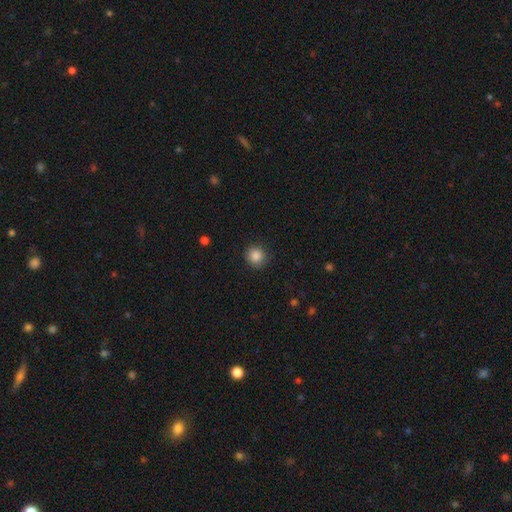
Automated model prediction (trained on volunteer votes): smooth-or-featured: smooth: 86% | star or artifact: 10% | featured or disk: 4%
  how-rounded: round: 90% | in between: 9% | cigar-shaped: 1%
  merging: none: 85% | minor disturbance: 11% | major disturbance: 3% | merger: 1%